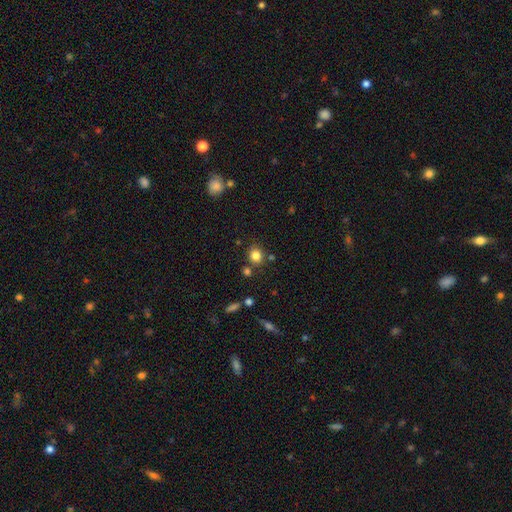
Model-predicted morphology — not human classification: A smooth galaxy with no disk features (82%) that is round (76%). Merging: none (77%).